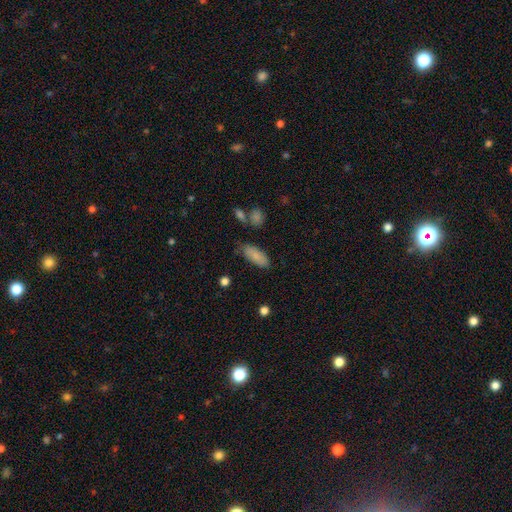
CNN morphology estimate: Smooth or featured?
  - smooth: 85% *
  - featured or disk: 9%
  - star or artifact: 7%
How rounded?
  - in between: 82% *
  - cigar-shaped: 16%
  - round: 2%
Merging?
  - none: 75% *
  - minor disturbance: 18%
  - major disturbance: 4%
  - merger: 3%